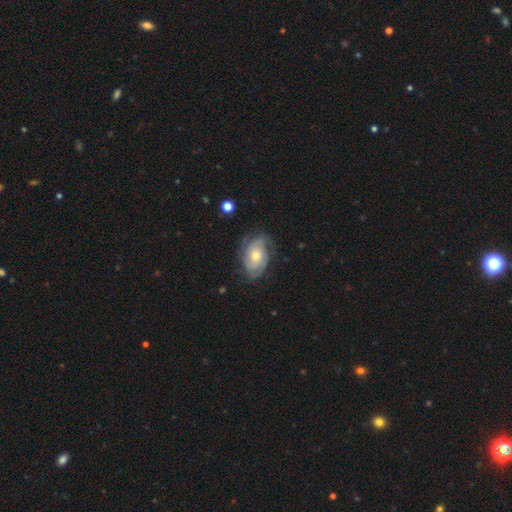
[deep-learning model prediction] This appears to be a featured or disk galaxy (74%) with no bar (78%), tight (61%) spiral arms (90%) and a moderate central bulge (52%). Merging: none (68%).